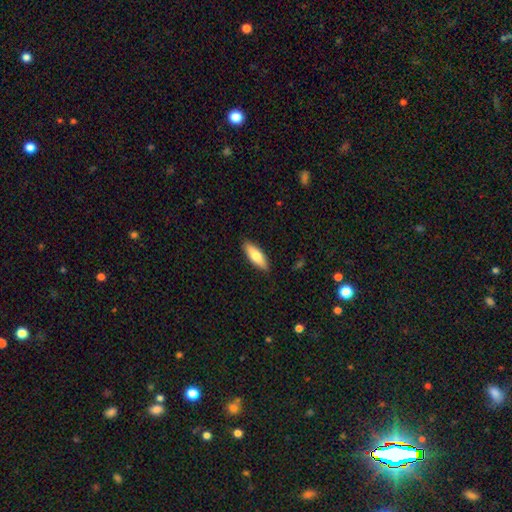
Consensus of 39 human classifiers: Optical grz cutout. It shows a smooth galaxy with no disk features (72%) that is in between round and cigar-shaped (61%). Merging: none (81%).